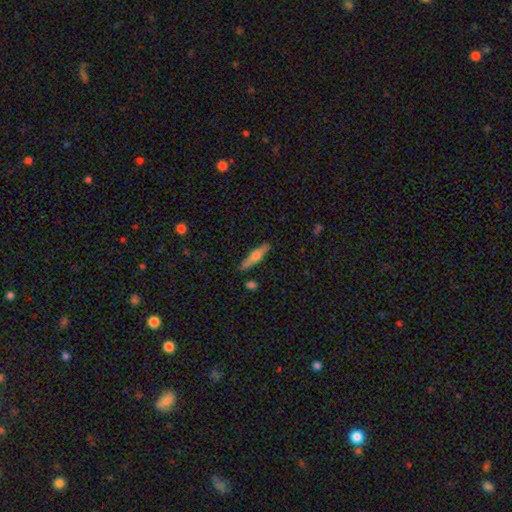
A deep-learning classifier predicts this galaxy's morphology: The model was most divided on "smooth or featured": featured or disk: 49%, smooth: 45%, star or artifact: 6%. More confident: merging — none (86%).